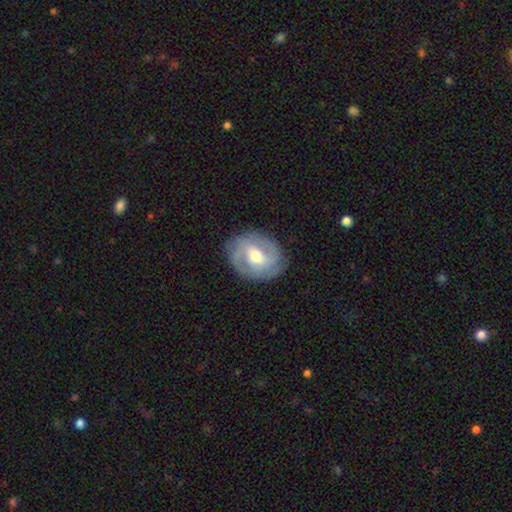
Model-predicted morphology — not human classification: Smooth or featured?
  - featured or disk: 76% *
  - smooth: 18%
  - star or artifact: 6%
Edge-on disk?
  - no: 97% *
  - yes: 3%
Bar?
  - weak: 50% *
  - no: 29%
  - strong: 21%
Spiral arms?
  - yes: 90% *
  - no: 10%
Spiral winding?
  - medium: 43% *
  - tight: 42%
  - loose: 16%
Spiral arm count?
  - 2: 53% *
  - 3: 20%
  - can't tell: 17%
  - 4: 4%
  - 1: 3%
  - more than 4: 3%
Bulge size?
  - moderate: 68% *
  - small: 25%
  - large: 5%
  - none: 1%
  - dominant: 1%
Merging?
  - none: 82% *
  - minor disturbance: 13%
  - major disturbance: 4%
  - merger: 1%